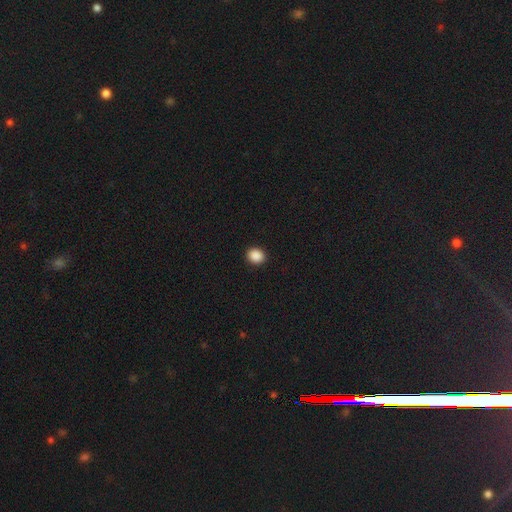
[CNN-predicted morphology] smooth_or_featured: smooth (p=0.89) [alt: star or artifact p=0.09]
how_rounded: round (p=0.65) [alt: in between p=0.34]
merging: none (p=0.92) [alt: minor disturbance p=0.06]